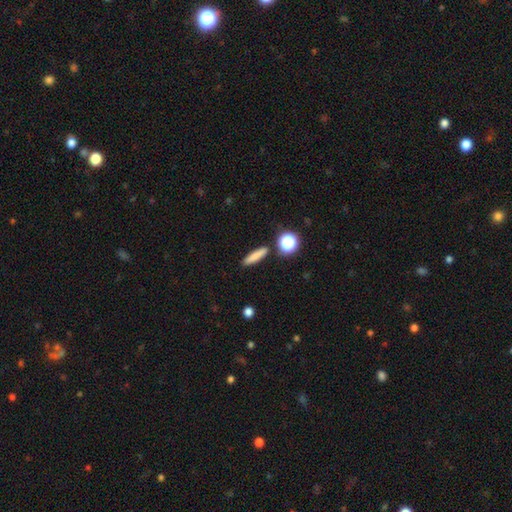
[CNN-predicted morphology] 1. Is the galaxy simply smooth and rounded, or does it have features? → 80% smooth, 11% featured or disk, 10% star or artifact.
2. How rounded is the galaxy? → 79% cigar-shaped, 15% in between, 6% round.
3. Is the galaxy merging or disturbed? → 87% none, 7% minor disturbance, 4% merger, 2% major disturbance.